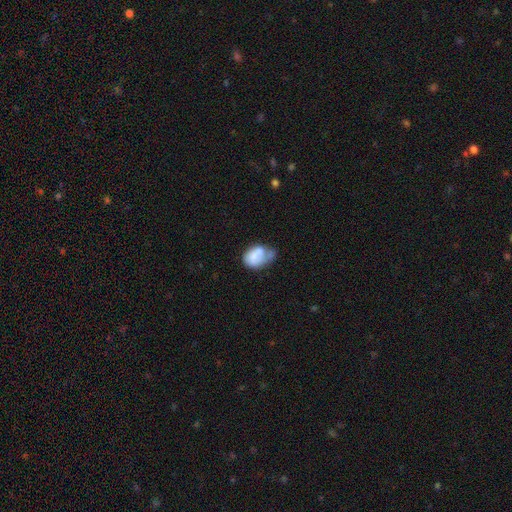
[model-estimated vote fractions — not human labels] Morphology: type=smooth (66%); roundness=in between (78%); merging=minor disturbance (32%).